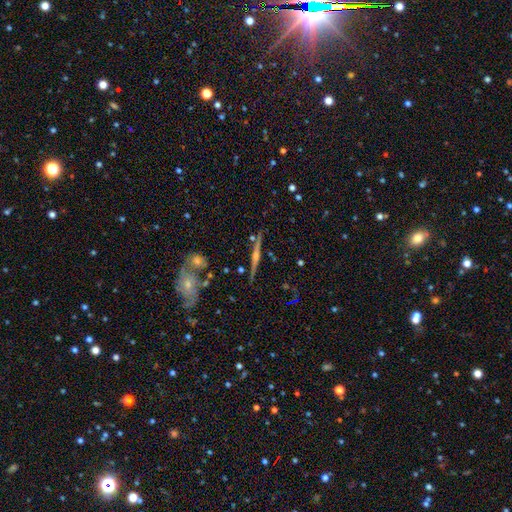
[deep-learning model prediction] Overall: featured or disk (80%). Edge-on disk: yes (97%). Edge-on bulge: rounded (77%). Merging: none (86%).